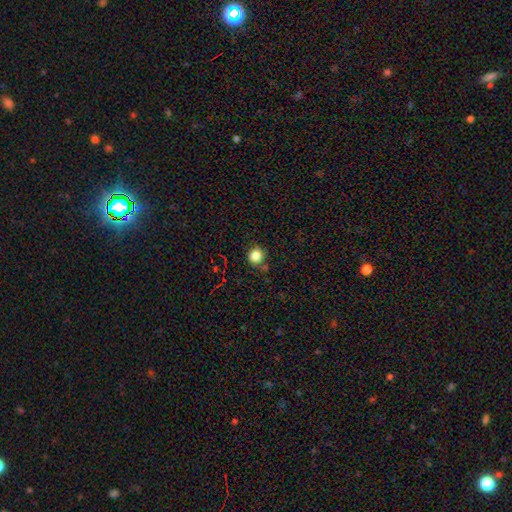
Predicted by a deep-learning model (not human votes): smooth 84%, star or artifact 12%, featured or disk 4%. Down the decision tree: how rounded — round (92%); merging — none (80%).